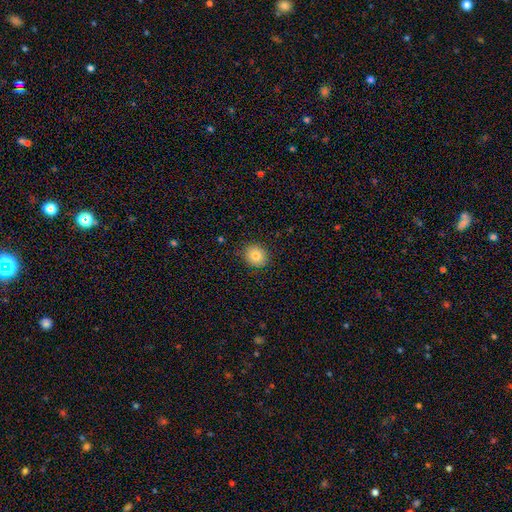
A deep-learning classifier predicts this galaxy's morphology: Smooth or featured: smooth — 82% (star or artifact — 10%)
How rounded: round — 77% (in between — 23%)
Merging: none — 87% (minor disturbance — 10%)